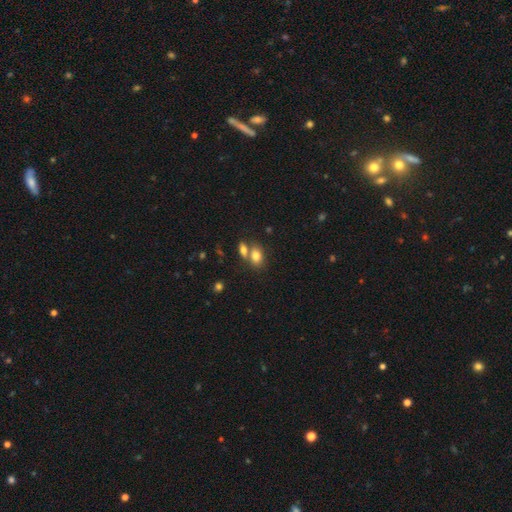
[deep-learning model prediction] A smooth galaxy with no disk features (80%) that is in between round and cigar-shaped (78%).

Vote fractions:
- Smooth or featured? smooth: 80% / featured or disk: 11% / star or artifact: 10%
- How rounded? in between: 78% / round: 19% / cigar-shaped: 2%
- Merging? none: 45% / merger: 41% / minor disturbance: 10% / major disturbance: 4%